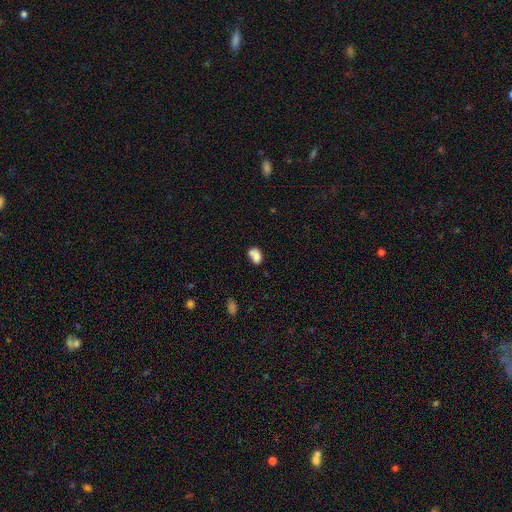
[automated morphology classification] Smooth or featured?
  - smooth: 75% *
  - featured or disk: 15%
  - star or artifact: 10%
How rounded?
  - in between: 78% *
  - round: 20%
  - cigar-shaped: 2%
Merging?
  - merger: 38% *
  - none: 32%
  - minor disturbance: 19%
  - major disturbance: 11%